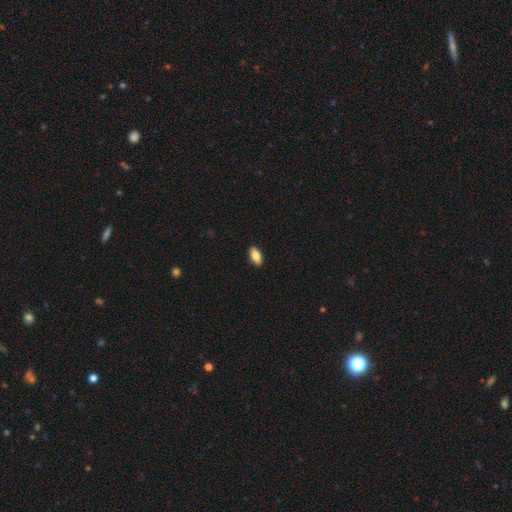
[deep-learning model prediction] The model was most divided on "smooth or featured": smooth: 80%, featured or disk: 13%, star or artifact: 7%. More confident: merging — none (90%); how rounded — in between (88%).